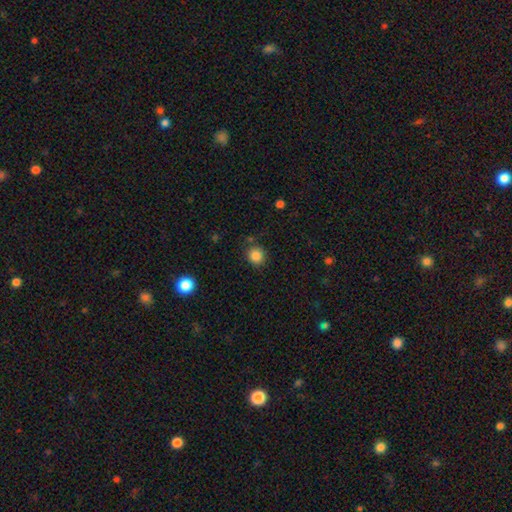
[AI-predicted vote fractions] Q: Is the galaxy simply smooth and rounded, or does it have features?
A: smooth — 85%.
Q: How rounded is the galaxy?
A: round — 89%.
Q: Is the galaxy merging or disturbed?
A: none — 83%.